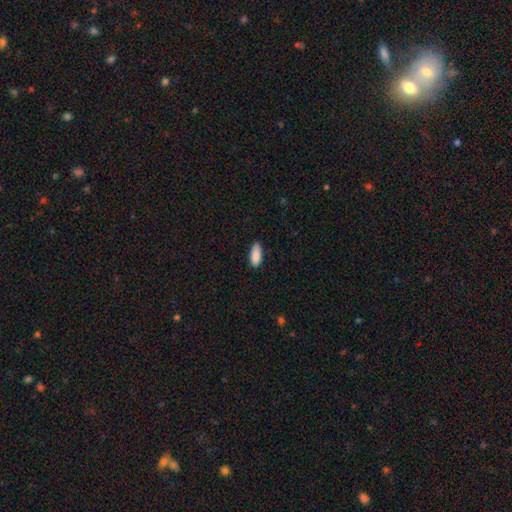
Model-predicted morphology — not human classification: Overall: smooth (89%). How rounded: in between (82%). Merging: none (80%).